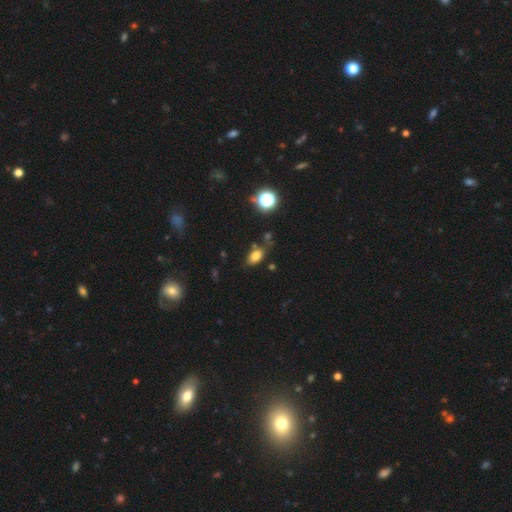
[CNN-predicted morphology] Q: Smooth or featured?
A: smooth (78%); runner-up: star or artifact (14%)
Q: How rounded?
A: in between (87%); runner-up: round (10%)
Q: Merging?
A: none (71%); runner-up: minor disturbance (17%)